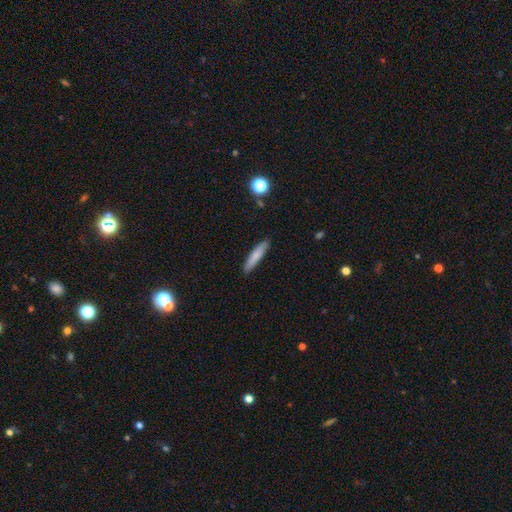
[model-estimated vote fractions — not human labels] Smooth or featured? smooth (76%)
How rounded? cigar-shaped (87%)
Merging? none (88%)